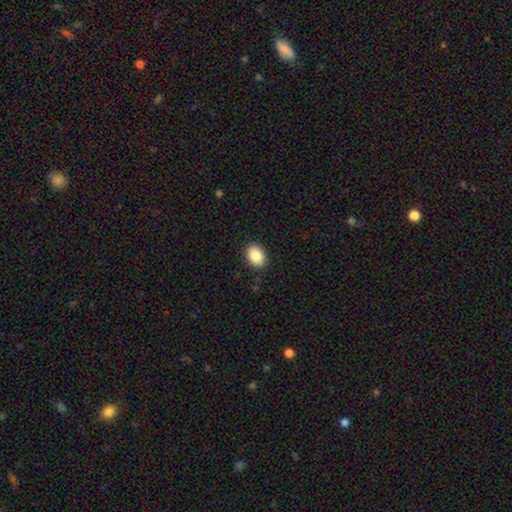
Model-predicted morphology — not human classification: Overall: smooth (88%). How rounded: in between (76%). Merging: none (90%).